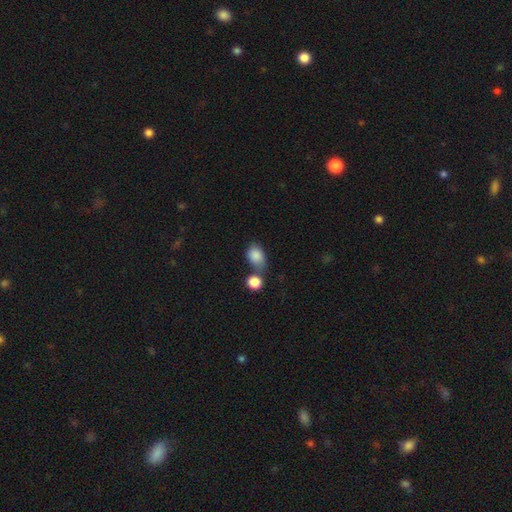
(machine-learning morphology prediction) A smooth galaxy with no disk features (86%) that is in between round and cigar-shaped (72%). Merging: none (48%).